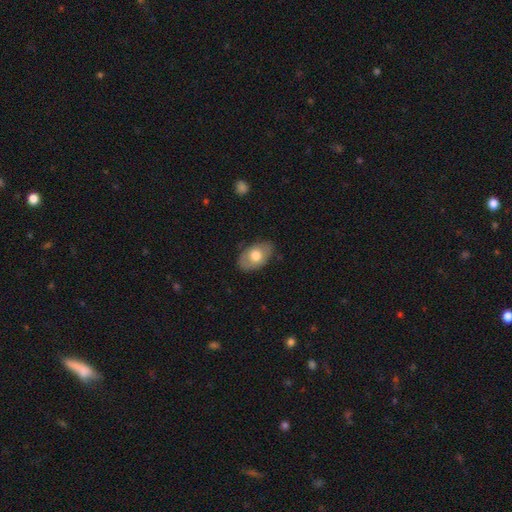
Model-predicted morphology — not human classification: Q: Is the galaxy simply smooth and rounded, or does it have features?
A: smooth — 66%.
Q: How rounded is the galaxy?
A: in between — 90%.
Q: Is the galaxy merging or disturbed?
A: none — 80%.